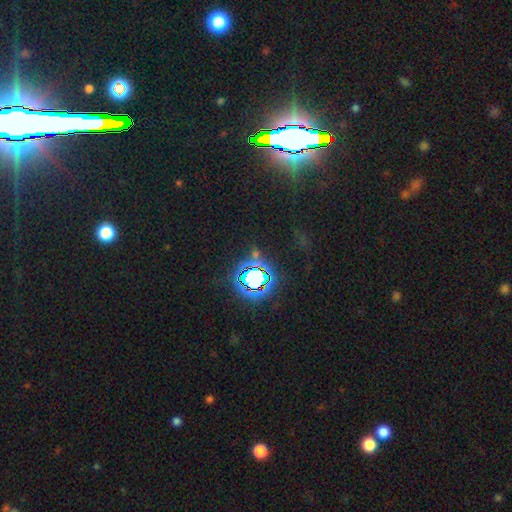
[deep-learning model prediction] Overall: star or artifact (83%).